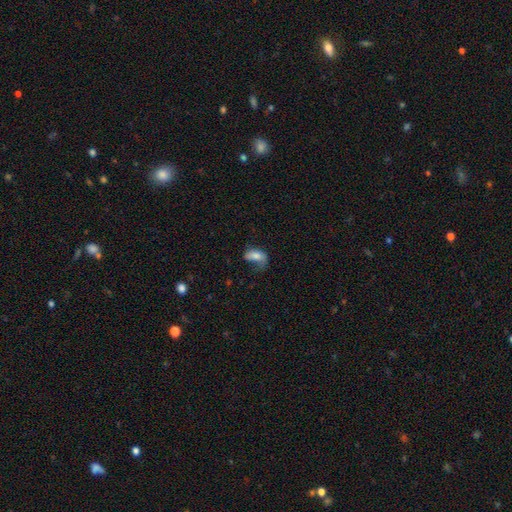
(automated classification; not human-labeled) A smooth galaxy with no disk features (67%) that is in between round and cigar-shaped (90%). Merging: major disturbance (40%).